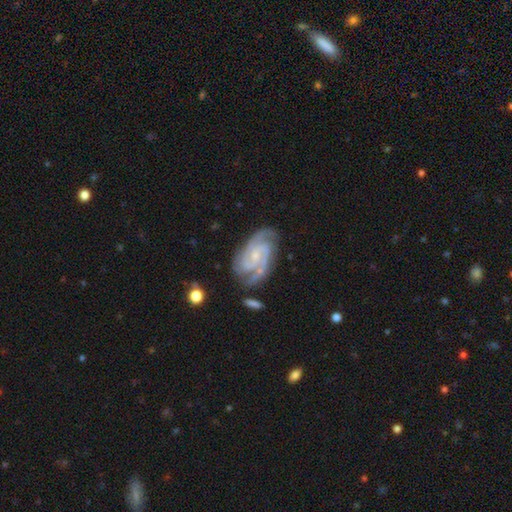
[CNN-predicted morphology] featured or disk 91%, smooth 4%, star or artifact 4%. Down the decision tree: edge-on disk — no (97%); bar — no (54%); spiral arms — yes (98%); spiral arm count — 2 (43%); spiral winding — tight (61%); bulge size — small (68%); merging — none (74%).